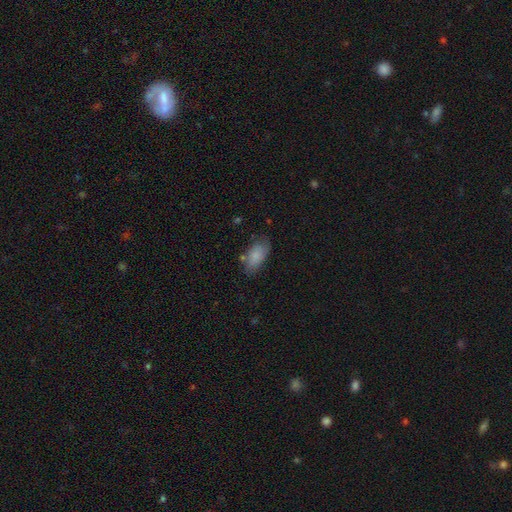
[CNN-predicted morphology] Q: Smooth or featured?
A: smooth (83%); runner-up: featured or disk (10%)
Q: How rounded?
A: in between (92%); runner-up: cigar-shaped (4%)
Q: Merging?
A: none (65%); runner-up: minor disturbance (23%)